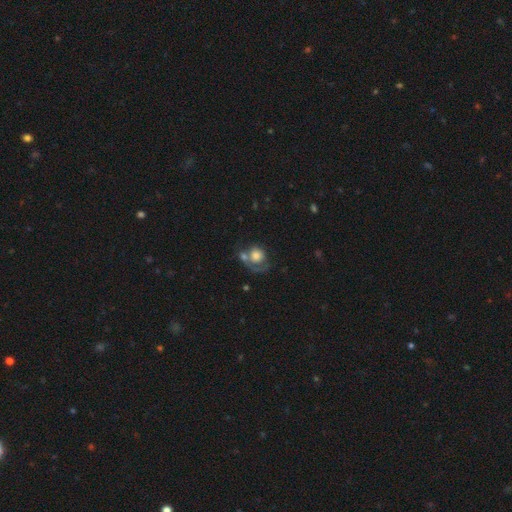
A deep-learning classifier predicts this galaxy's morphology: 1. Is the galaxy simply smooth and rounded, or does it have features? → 58% smooth, 34% featured or disk, 8% star or artifact.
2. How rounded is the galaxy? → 76% round, 23% in between, 1% cigar-shaped.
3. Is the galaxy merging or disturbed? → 33% none, 31% merger, 22% major disturbance, 15% minor disturbance.